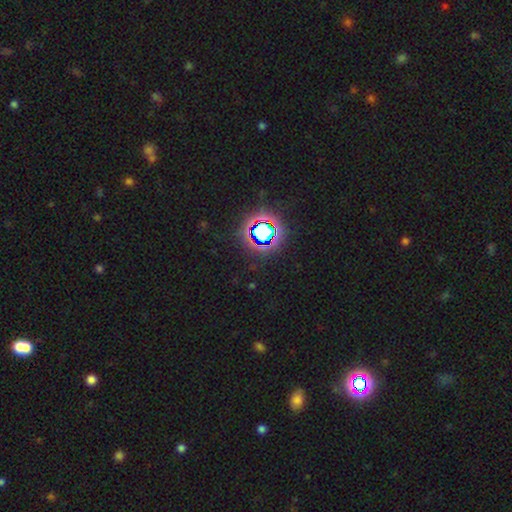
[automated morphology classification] The model was most divided on "smooth or featured": star or artifact: 79%, smooth: 14%, featured or disk: 7%.